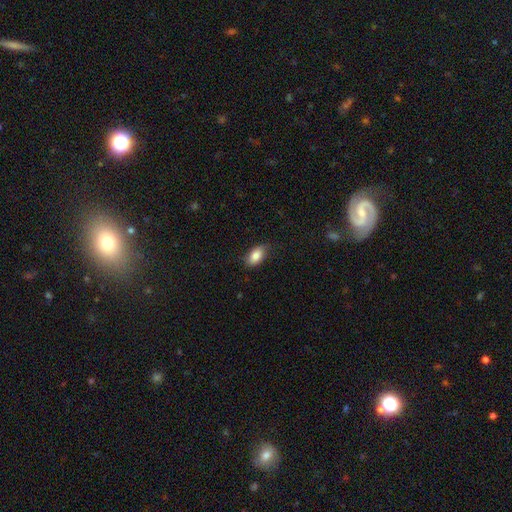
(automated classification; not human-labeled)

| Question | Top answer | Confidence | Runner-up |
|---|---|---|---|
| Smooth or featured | smooth | 85% | featured or disk (8%) |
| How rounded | in between | 91% | round (6%) |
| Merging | none | 79% | minor disturbance (16%) |